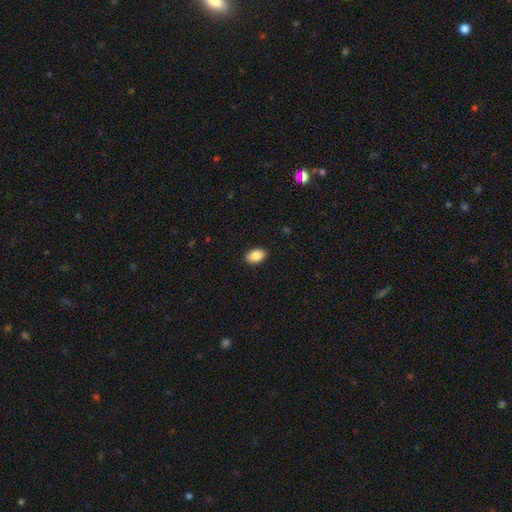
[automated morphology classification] smooth_or_featured: smooth (p=0.88) [alt: star or artifact p=0.07]
how_rounded: in between (p=0.91) [alt: round p=0.08]
merging: none (p=0.91) [alt: minor disturbance p=0.07]